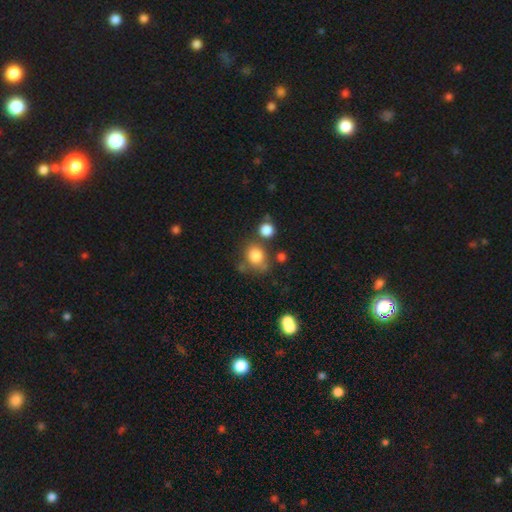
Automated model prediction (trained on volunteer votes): Overall: smooth (80%). How rounded: round (70%). Merging: none (61%).